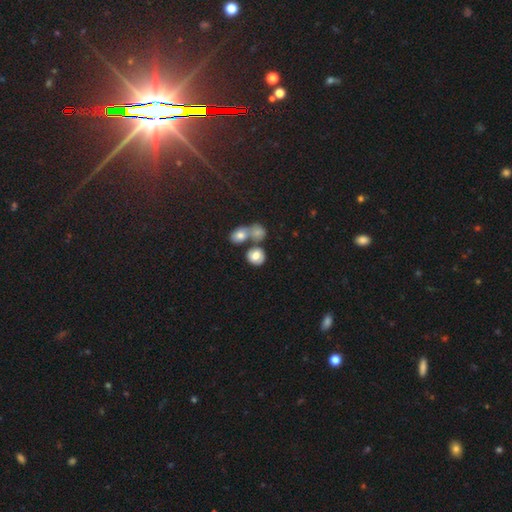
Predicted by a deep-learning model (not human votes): A smooth galaxy with no disk features (70%) that is round (68%). Merging: none (44%).